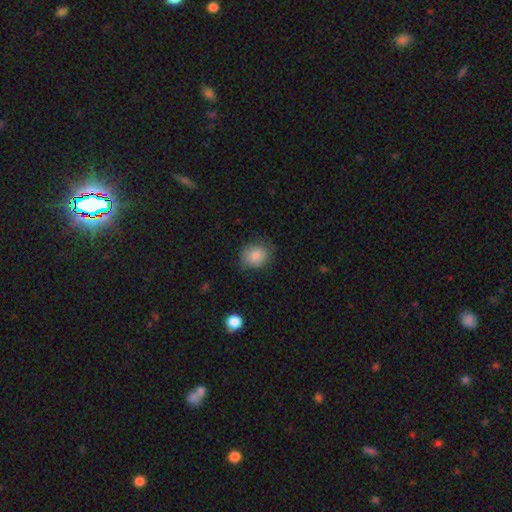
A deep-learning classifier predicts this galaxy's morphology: A smooth galaxy with no disk features (77%) that is round (74%). Merging: none (70%).